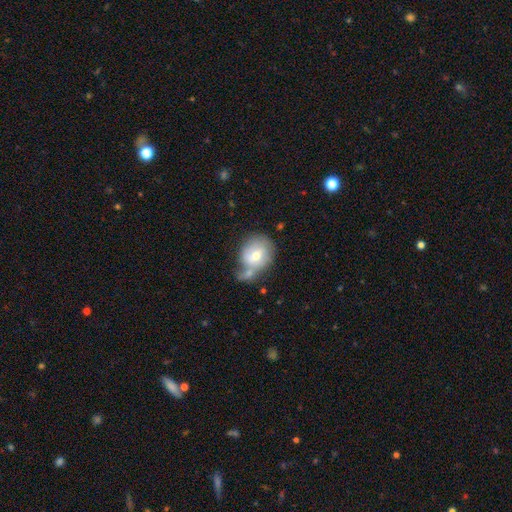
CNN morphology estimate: smooth-or-featured: smooth: 61% | featured or disk: 31% | star or artifact: 7%
  how-rounded: round: 69% | in between: 30% | cigar-shaped: 1%
  merging: merger: 36% | none: 34% | minor disturbance: 19% | major disturbance: 11%